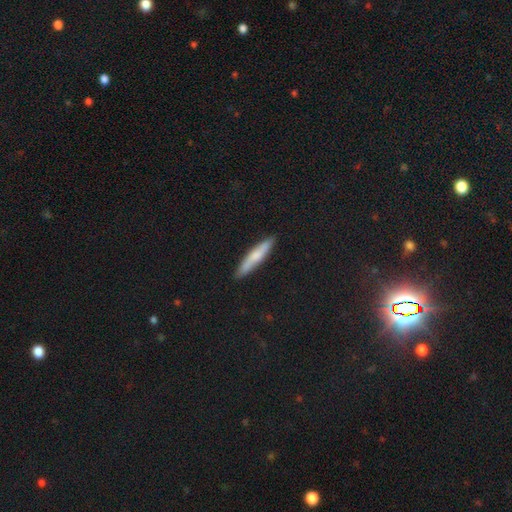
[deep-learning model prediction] smooth-or-featured: smooth: 65% | featured or disk: 28% | star or artifact: 7%
  how-rounded: cigar-shaped: 89% | in between: 9% | round: 2%
  merging: none: 89% | minor disturbance: 8% | major disturbance: 2% | merger: 1%